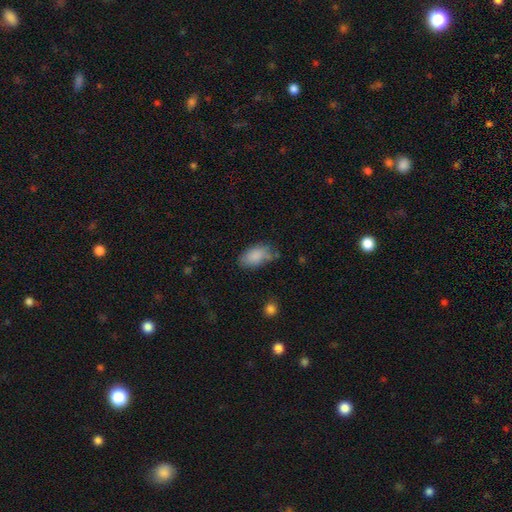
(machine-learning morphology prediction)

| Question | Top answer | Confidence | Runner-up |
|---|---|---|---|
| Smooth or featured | smooth | 85% | featured or disk (8%) |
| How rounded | in between | 93% | round (5%) |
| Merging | none | 61% | minor disturbance (27%) |